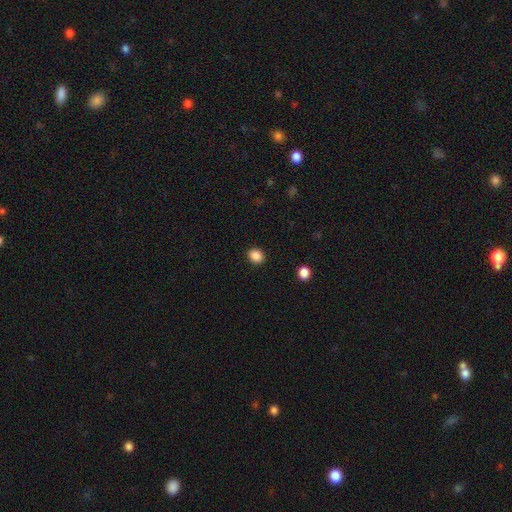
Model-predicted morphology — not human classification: A smooth galaxy with no disk features (87%) that is round (67%).

Vote fractions:
- Smooth or featured? smooth: 87% / star or artifact: 10% / featured or disk: 3%
- How rounded? round: 67% / in between: 32% / cigar-shaped: 1%
- Merging? none: 91% / minor disturbance: 6% / major disturbance: 2% / merger: 1%